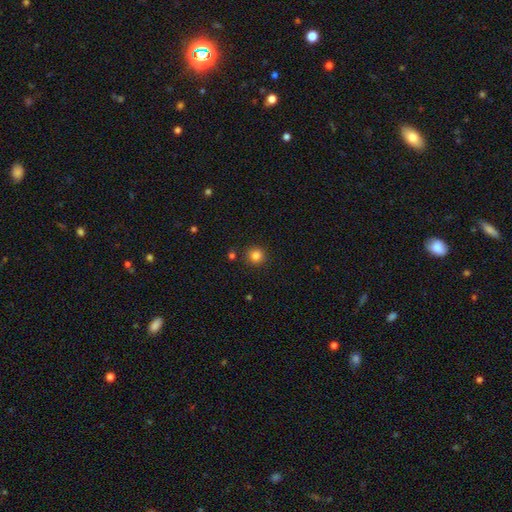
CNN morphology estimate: Smooth or featured: smooth — 83% (star or artifact — 13%)
How rounded: round — 93% (in between — 6%)
Merging: none — 88% (minor disturbance — 7%)